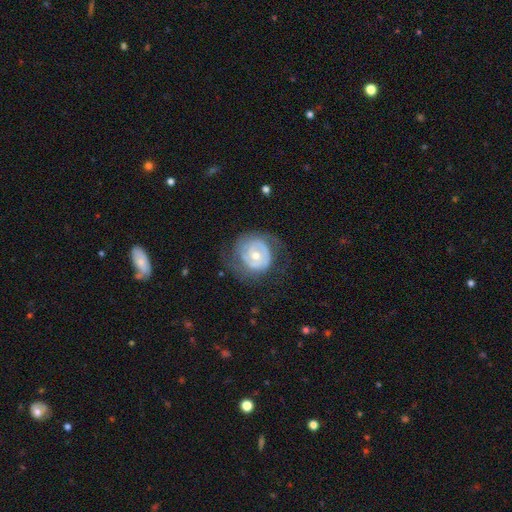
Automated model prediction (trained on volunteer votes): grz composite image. It shows a featured or disk galaxy (75%) with no bar (67%), 2 (45%) tight (61%) spiral arms (79%) and a moderate central bulge (53%). Merging: none (58%).